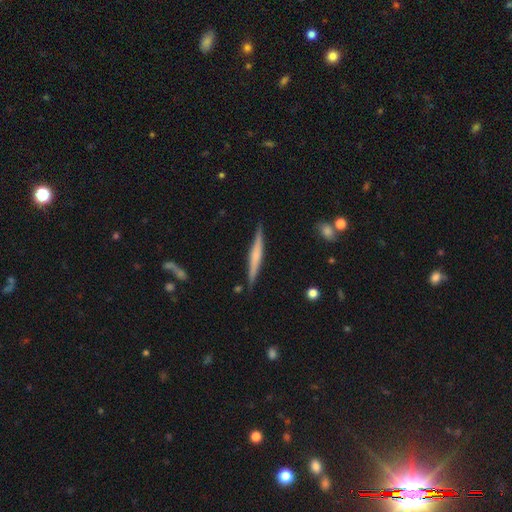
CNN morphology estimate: Q: Smooth or featured?
A: featured or disk (57%); runner-up: smooth (38%)
Q: Edge-on disk?
A: yes (97%); runner-up: no (3%)
Q: Edge-on bulge?
A: rounded (45%); runner-up: none (35%)
Q: Merging?
A: none (88%); runner-up: minor disturbance (9%)